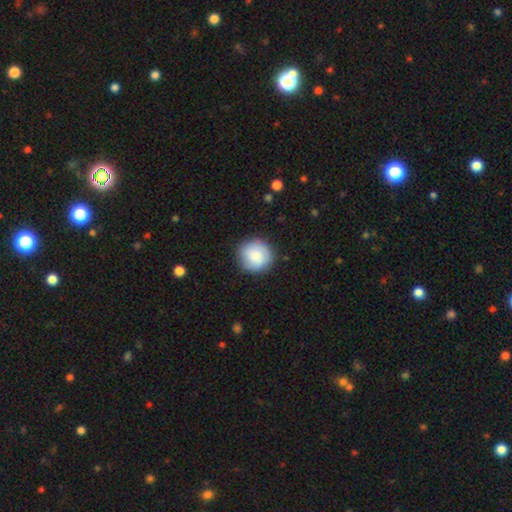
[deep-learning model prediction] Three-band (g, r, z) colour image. It shows a smooth galaxy with no disk features (85%) that is round (93%). Merging: none (86%).